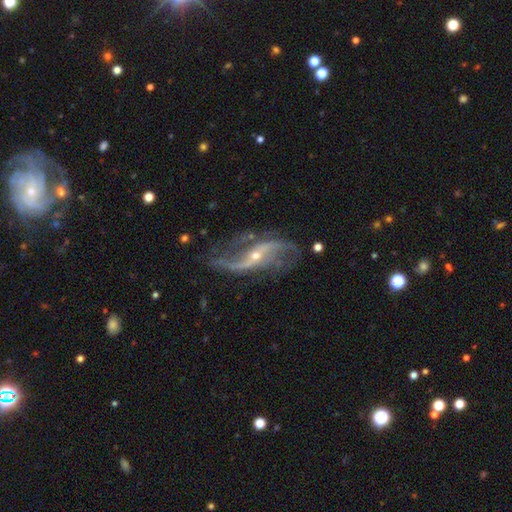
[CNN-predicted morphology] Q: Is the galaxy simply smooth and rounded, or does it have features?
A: featured or disk — 90%.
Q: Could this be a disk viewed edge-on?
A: no — 94%.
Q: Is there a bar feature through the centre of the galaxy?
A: no — 37%.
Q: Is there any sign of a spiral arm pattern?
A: yes — 96%.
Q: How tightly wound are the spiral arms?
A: loose — 80%.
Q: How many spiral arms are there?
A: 2 — 91%.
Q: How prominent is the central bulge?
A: small — 70%.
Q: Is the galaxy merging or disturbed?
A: none — 67%.